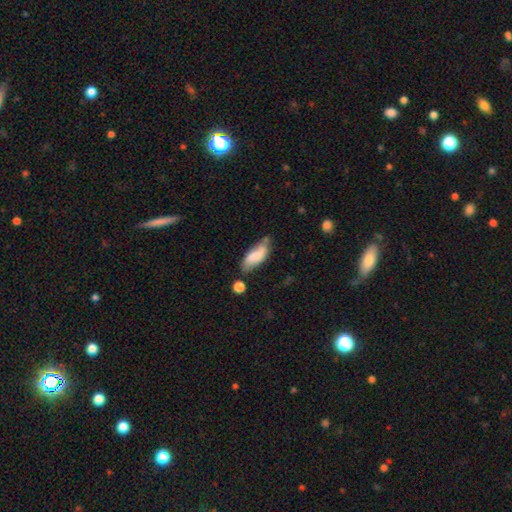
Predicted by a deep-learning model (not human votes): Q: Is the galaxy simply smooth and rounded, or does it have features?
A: smooth — 70%.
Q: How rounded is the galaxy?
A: in between — 77%.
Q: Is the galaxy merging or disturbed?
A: none — 52%.